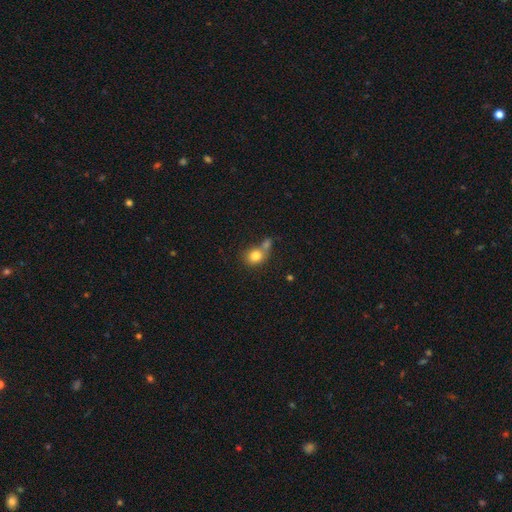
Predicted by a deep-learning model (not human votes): Smooth or featured? smooth (81%)
How rounded? round (70%)
Merging? merger (43%)